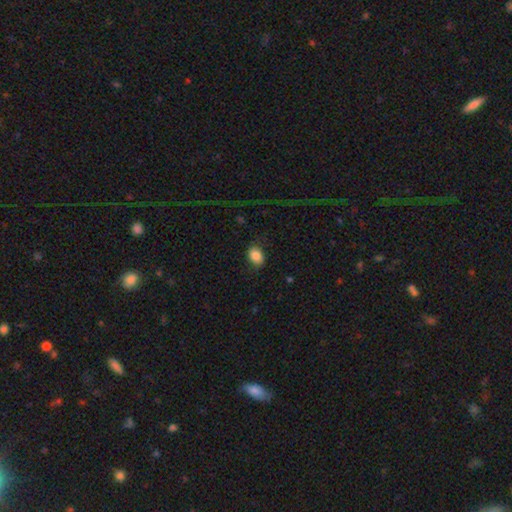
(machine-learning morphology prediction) This is clearly a smooth galaxy (86%). How rounded: likely in between (76%). Merging: clearly none (80%).